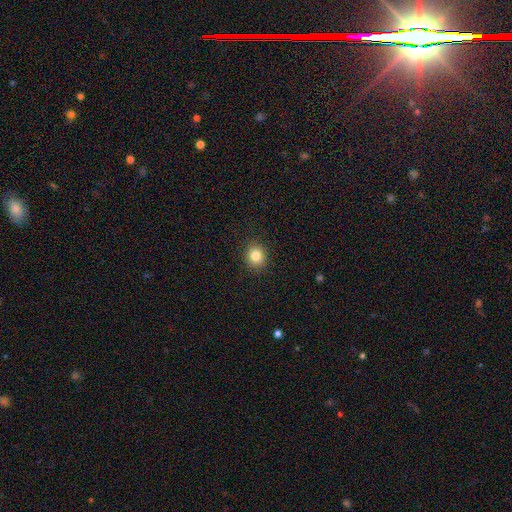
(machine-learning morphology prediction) smooth 84%, star or artifact 11%, featured or disk 6%. Down the decision tree: how rounded — round (82%); merging — none (91%).